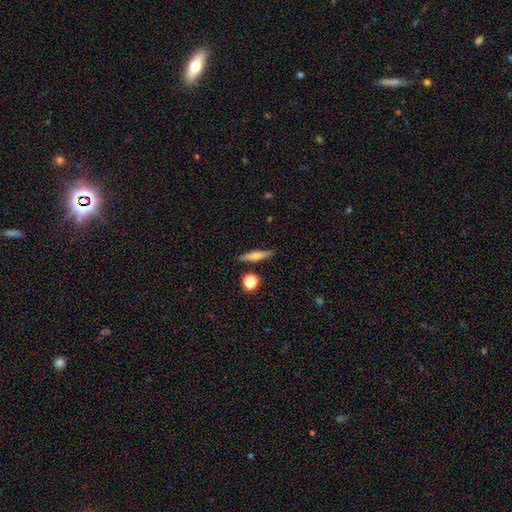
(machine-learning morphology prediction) Overall: smooth (63%; featured or disk 29%). How rounded: cigar-shaped (80%). Merging: none (85%).